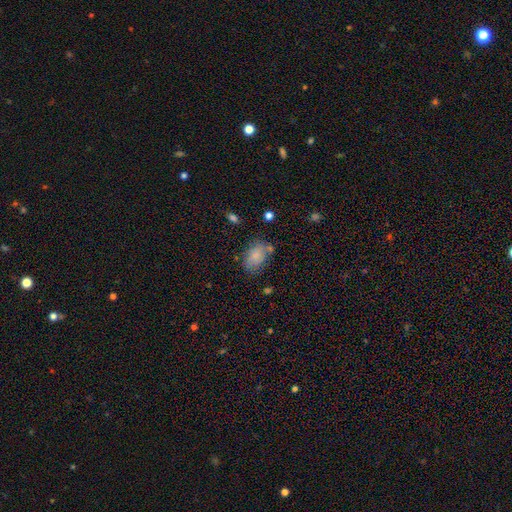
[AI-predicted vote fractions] The model was most divided on "merging": none: 62%, minor disturbance: 23%, major disturbance: 8%, merger: 7%. More confident: how rounded — in between (85%); smooth or featured — smooth (79%).